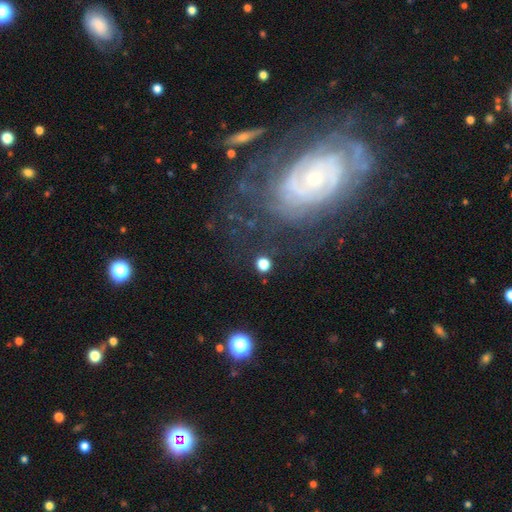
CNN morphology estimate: type=featured or disk (79%); edge-on=no (95%); bar=no (71%); spiral arms=yes (91%); winding=tight (75%); arm count=can't tell (43%); bulge=small (66%); merging=none (65%).